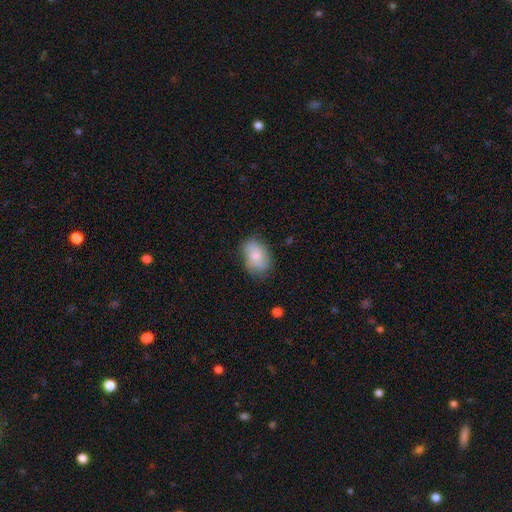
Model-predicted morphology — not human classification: Overall: smooth (57%; featured or disk 35%). How rounded: in between (83%). Merging: none (69%).